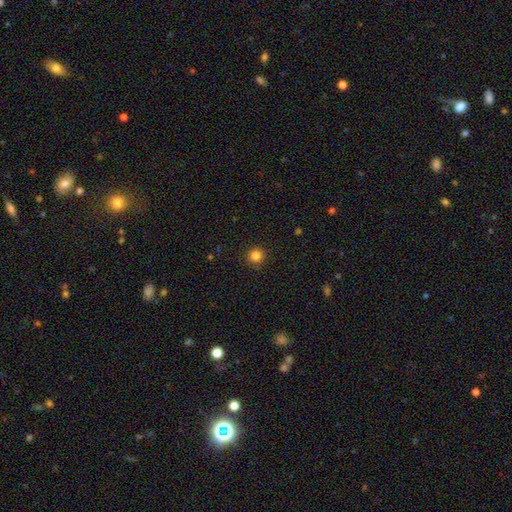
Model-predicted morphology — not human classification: smooth 84%, star or artifact 12%, featured or disk 4%. Down the decision tree: how rounded — round (95%); merging — none (91%).